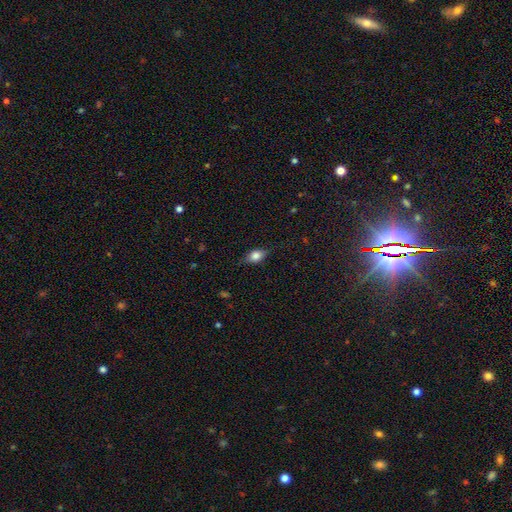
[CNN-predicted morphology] A smooth galaxy with no disk features (75%) that is in between round and cigar-shaped (76%).

Vote fractions:
- Smooth or featured? smooth: 75% / featured or disk: 16% / star or artifact: 9%
- How rounded? in between: 76% / round: 18% / cigar-shaped: 6%
- Merging? none: 77% / minor disturbance: 18% / major disturbance: 4% / merger: 1%